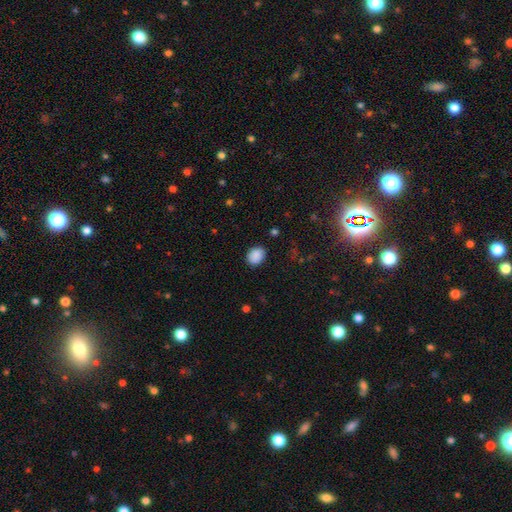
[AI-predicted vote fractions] Smooth or featured? smooth (89%)
How rounded? in between (53%)
Merging? none (86%)